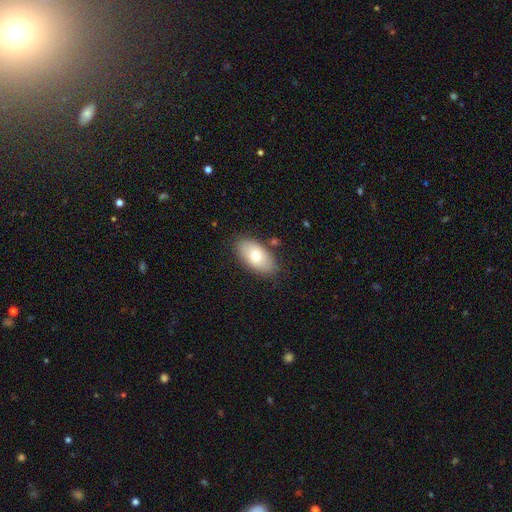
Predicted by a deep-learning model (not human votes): This is likely a smooth galaxy (73%). How rounded: clearly in between (93%). Merging: clearly none (82%).